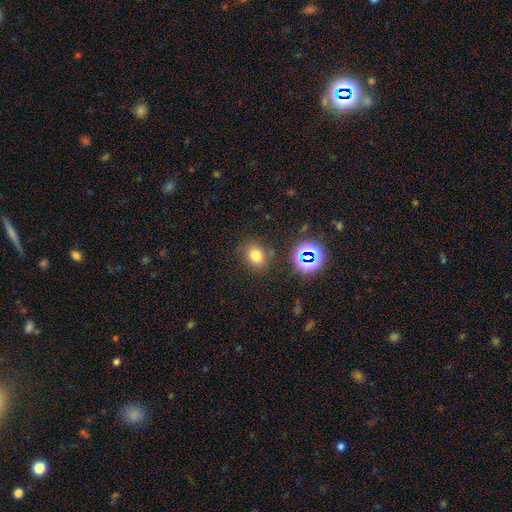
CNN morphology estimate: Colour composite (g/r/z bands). It shows a smooth galaxy with no disk features (72%) that is round (56%). Merging: none (80%).